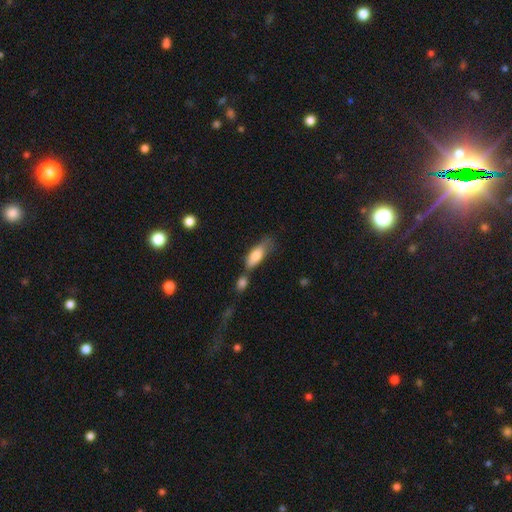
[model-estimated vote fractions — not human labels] smooth 79%, featured or disk 15%, star or artifact 7%. Down the decision tree: how rounded — in between (70%); merging — none (39%).